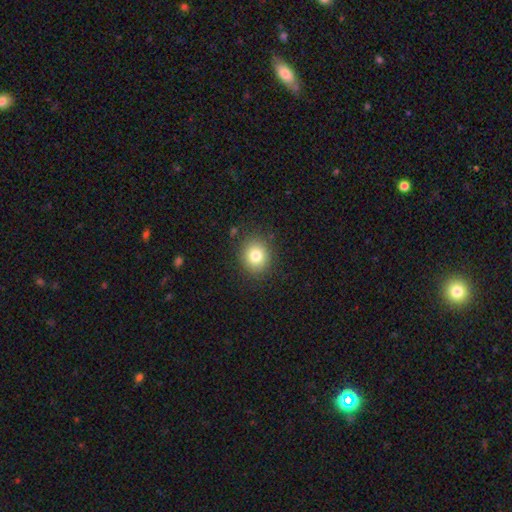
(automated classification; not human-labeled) smooth 80%, star or artifact 11%, featured or disk 8%. Down the decision tree: how rounded — round (75%); merging — none (88%).